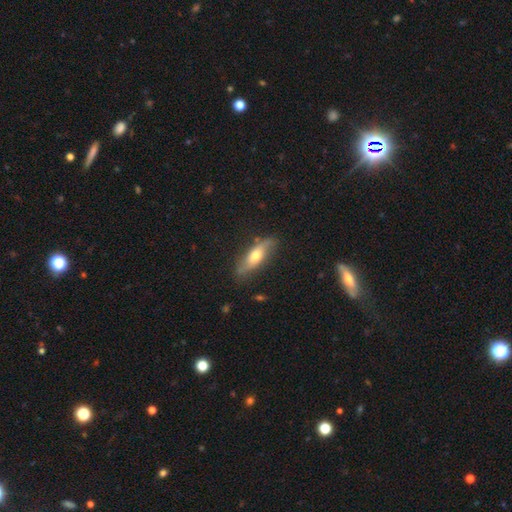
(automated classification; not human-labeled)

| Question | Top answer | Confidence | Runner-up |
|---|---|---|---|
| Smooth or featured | smooth | 51% | featured or disk (43%) |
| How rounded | in between | 50% | cigar-shaped (47%) |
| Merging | none | 77% | minor disturbance (17%) |